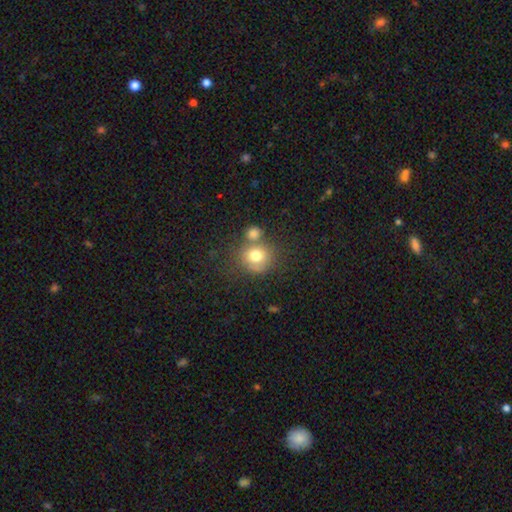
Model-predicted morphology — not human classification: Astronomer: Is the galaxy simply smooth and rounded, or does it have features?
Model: smooth — 75%.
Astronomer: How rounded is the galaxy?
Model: round — 82%.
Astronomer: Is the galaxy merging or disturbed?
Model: none — 52% (runner-up: merger, 29%).